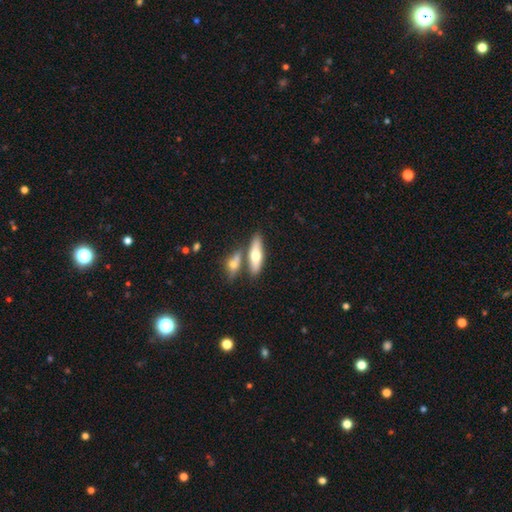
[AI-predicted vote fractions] Smooth or featured: smooth — 59% (featured or disk — 35%)
How rounded: in between — 49% (cigar-shaped — 48%)
Merging: none — 57% (merger — 30%)